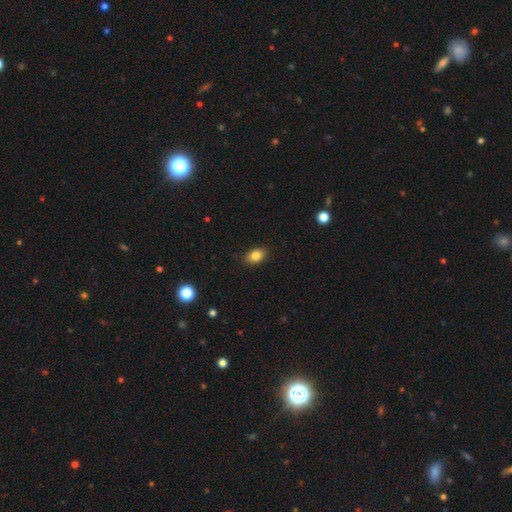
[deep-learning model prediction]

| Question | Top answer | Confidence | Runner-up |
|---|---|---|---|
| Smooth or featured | smooth | 85% | star or artifact (9%) |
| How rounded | in between | 77% | round (21%) |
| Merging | none | 86% | minor disturbance (10%) |